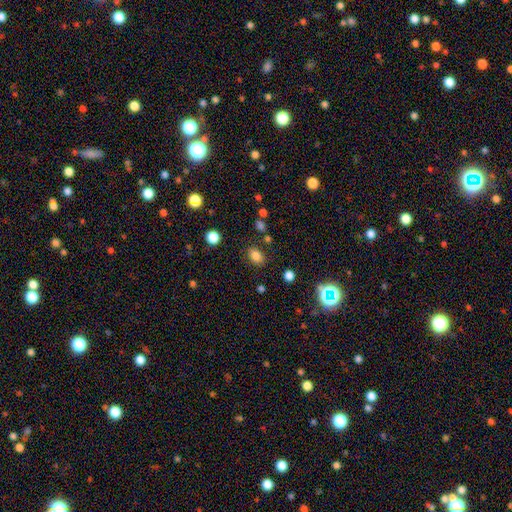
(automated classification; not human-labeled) Q: Smooth or featured?
A: smooth (81%); runner-up: star or artifact (13%)
Q: How rounded?
A: in between (68%); runner-up: round (31%)
Q: Merging?
A: none (81%); runner-up: minor disturbance (11%)